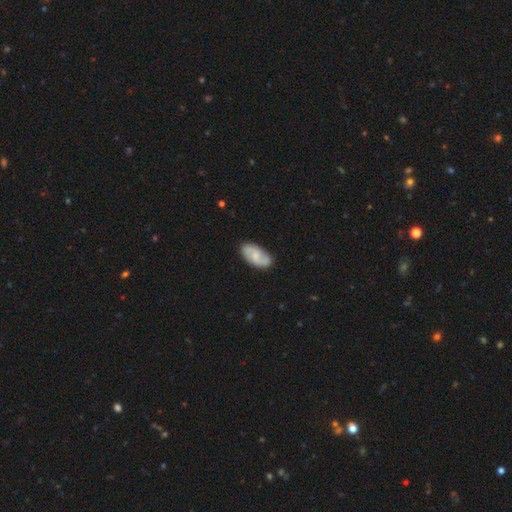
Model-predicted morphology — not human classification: Q: Smooth or featured?
A: featured or disk (56%); runner-up: smooth (38%)
Q: Edge-on disk?
A: no (95%); runner-up: yes (5%)
Q: Bar?
A: no (52%); runner-up: weak (42%)
Q: Spiral arms?
A: yes (89%); runner-up: no (11%)
Q: Bulge size?
A: small (45%); runner-up: moderate (33%)
Q: Merging?
A: none (80%); runner-up: minor disturbance (15%)